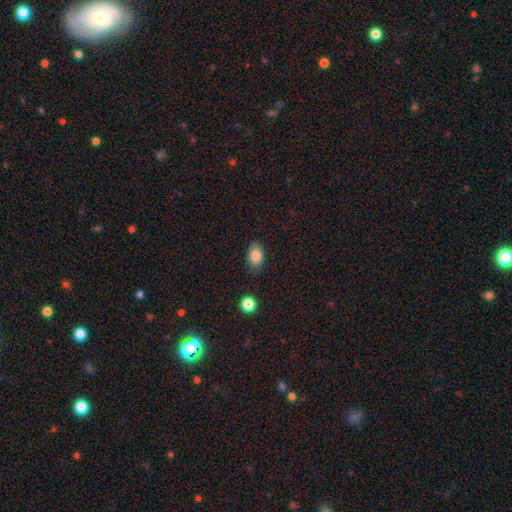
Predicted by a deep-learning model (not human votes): Q: Smooth or featured?
A: smooth (84%); runner-up: star or artifact (9%)
Q: How rounded?
A: in between (86%); runner-up: round (12%)
Q: Merging?
A: none (76%); runner-up: minor disturbance (18%)